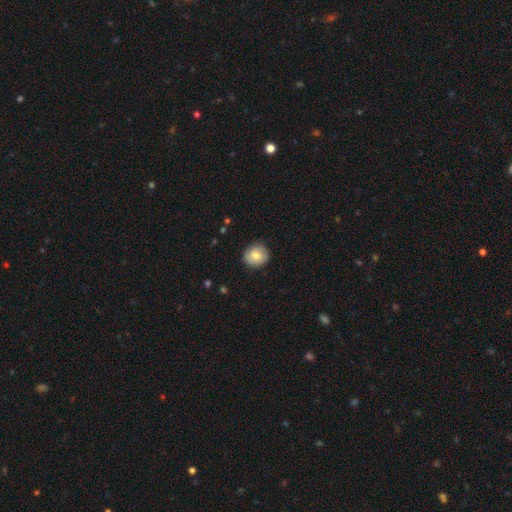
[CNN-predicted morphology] smooth_or_featured: smooth (p=0.68) [alt: featured or disk p=0.24]
how_rounded: round (p=0.84) [alt: in between p=0.15]
merging: none (p=0.84) [alt: minor disturbance p=0.12]